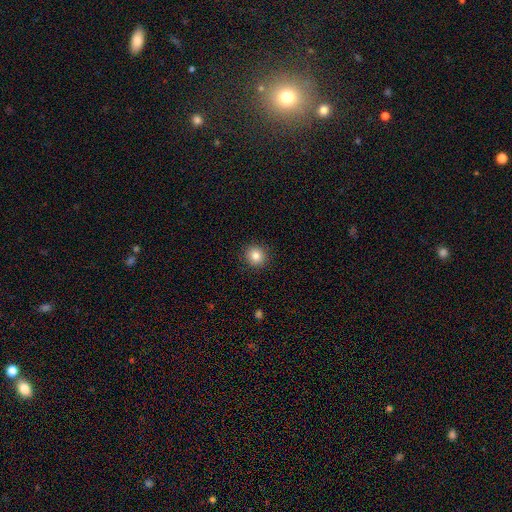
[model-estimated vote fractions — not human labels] Smooth or featured: smooth — 83% (star or artifact — 11%)
How rounded: round — 91% (in between — 8%)
Merging: none — 92% (minor disturbance — 6%)